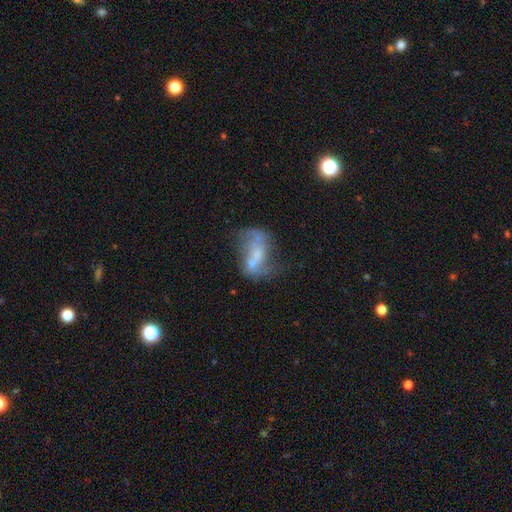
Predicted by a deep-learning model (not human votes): smooth_or_featured: featured or disk (p=0.65) [alt: smooth p=0.24]
disk_edge_on: no (p=0.95) [alt: yes p=0.05]
bar: no (p=0.52) [alt: weak p=0.33]
has_spiral_arms: yes (p=0.60) [alt: no p=0.40]
bulge_size: small (p=0.37) [alt: none p=0.32]
merging: none (p=0.34) [alt: major disturbance p=0.25]